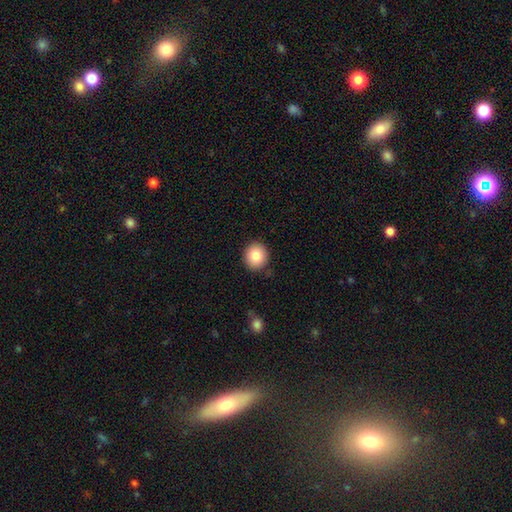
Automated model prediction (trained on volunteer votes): A smooth galaxy with no disk features (83%) that is round (87%).

Vote fractions:
- Smooth or featured? smooth: 83% / star or artifact: 9% / featured or disk: 8%
- How rounded? round: 87% / in between: 12% / cigar-shaped: 1%
- Merging? none: 89% / minor disturbance: 8% / major disturbance: 2% / merger: 1%